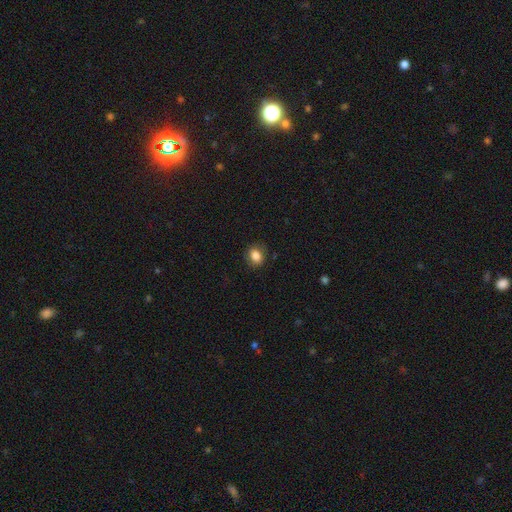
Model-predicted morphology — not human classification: Smooth or featured?
  - smooth: 84% *
  - star or artifact: 9%
  - featured or disk: 6%
How rounded?
  - round: 51% *
  - in between: 48%
  - cigar-shaped: 1%
Merging?
  - none: 83% *
  - minor disturbance: 13%
  - major disturbance: 3%
  - merger: 1%